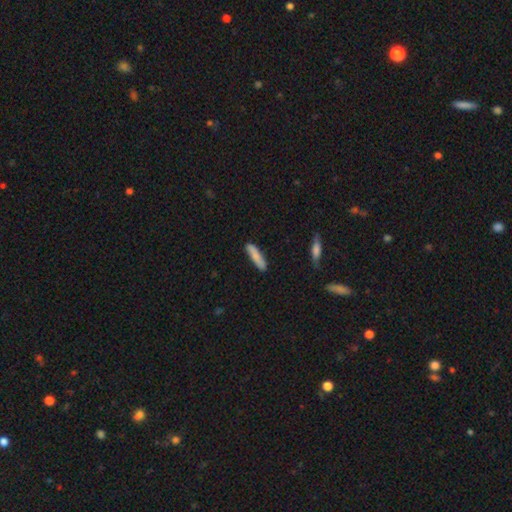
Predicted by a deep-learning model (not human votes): The model was most divided on "how rounded": cigar-shaped: 77%, in between: 21%, round: 2%. More confident: merging — none (85%); smooth or featured — smooth (81%).